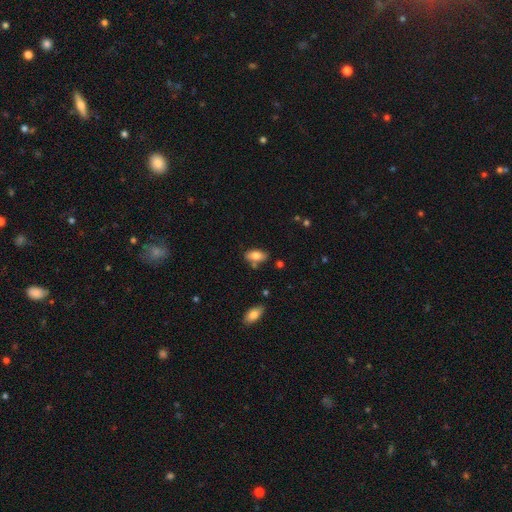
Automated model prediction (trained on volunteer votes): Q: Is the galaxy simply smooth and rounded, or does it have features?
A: smooth — 81%.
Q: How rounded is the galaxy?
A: in between — 92%.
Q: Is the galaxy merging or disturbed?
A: none — 73%.